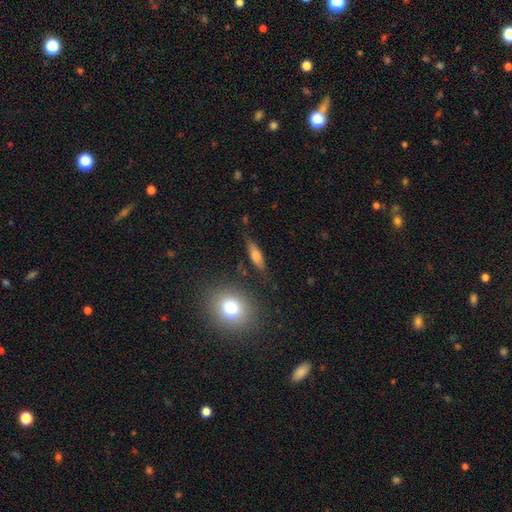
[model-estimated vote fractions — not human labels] A smooth galaxy with no disk features (62%) that is cigar-shaped (51%).

Vote fractions:
- Smooth or featured? smooth: 62% / featured or disk: 28% / star or artifact: 10%
- How rounded? cigar-shaped: 51% / in between: 43% / round: 6%
- Merging? none: 77% / minor disturbance: 15% / major disturbance: 4% / merger: 3%